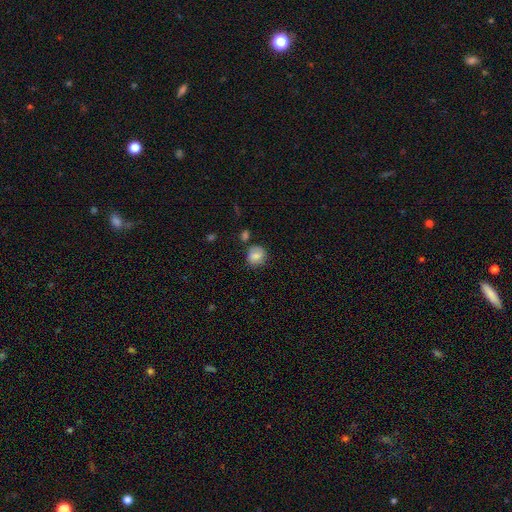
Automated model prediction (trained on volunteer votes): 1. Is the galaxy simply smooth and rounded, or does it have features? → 78% smooth, 13% featured or disk, 9% star or artifact.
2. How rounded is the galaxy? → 80% round, 19% in between, 1% cigar-shaped.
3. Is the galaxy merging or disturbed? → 67% none, 20% minor disturbance, 8% merger, 5% major disturbance.